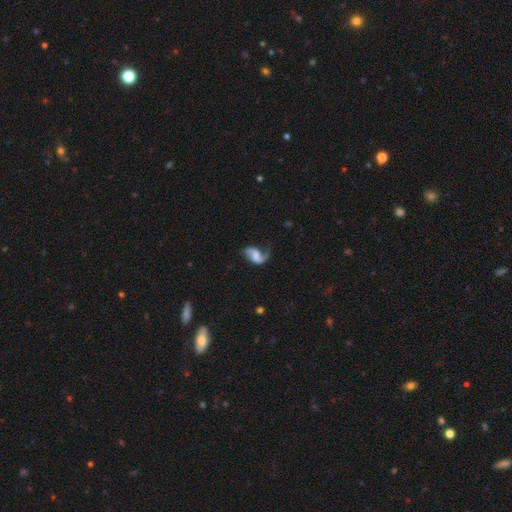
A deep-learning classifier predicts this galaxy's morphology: Smooth or featured: featured or disk — 70% (smooth — 23%)
Edge-on disk: no — 97% (yes — 3%)
Bar: no — 46% (weak — 39%)
Spiral arms: yes — 92% (no — 8%)
Spiral winding: loose — 64% (medium — 28%)
Spiral arm count: 2 — 66% (1 — 28%)
Bulge size: small — 30% (moderate — 29%)
Merging: none — 48% (minor disturbance — 25%)